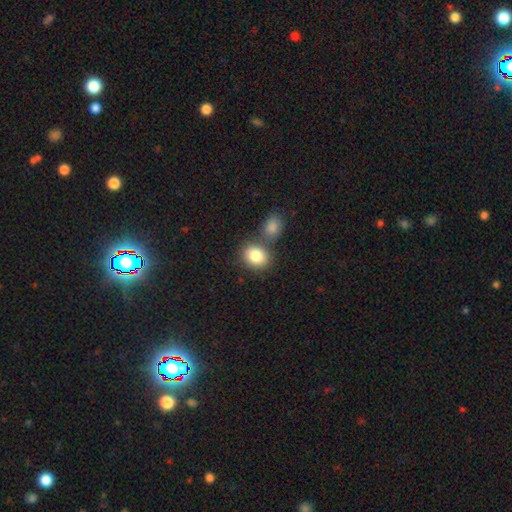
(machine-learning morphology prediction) This is clearly a smooth galaxy (85%). How rounded: possibly in between (51%). Merging: possibly none (58%).